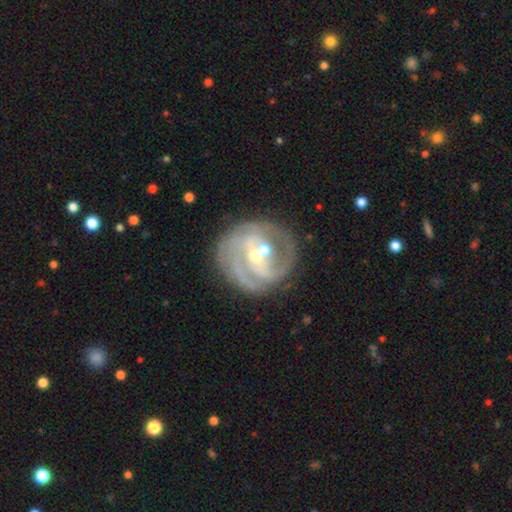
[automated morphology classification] Overall: featured or disk (82%). Edge-on disk: no (98%). Bar: no (41%; weak 39%). Spiral arms: yes (89%). Spiral arm count: 2 (29%, tied with 3). Spiral winding: tight (55%; medium 34%). Bulge size: small (56%; moderate 38%). Merging: none (59%).